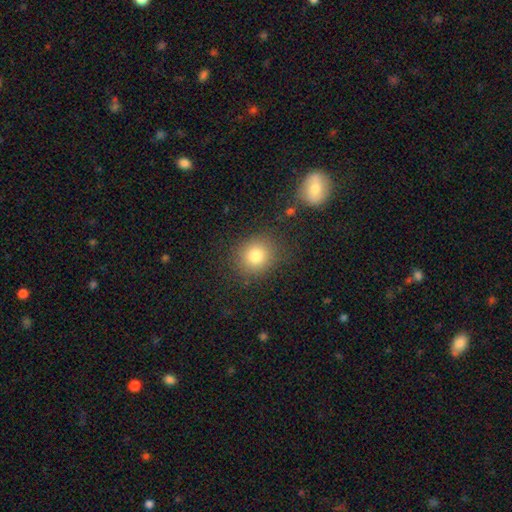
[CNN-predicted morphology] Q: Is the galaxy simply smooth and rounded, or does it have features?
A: smooth — 80%.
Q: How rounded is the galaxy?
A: round — 78%.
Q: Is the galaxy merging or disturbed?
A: none — 84%.